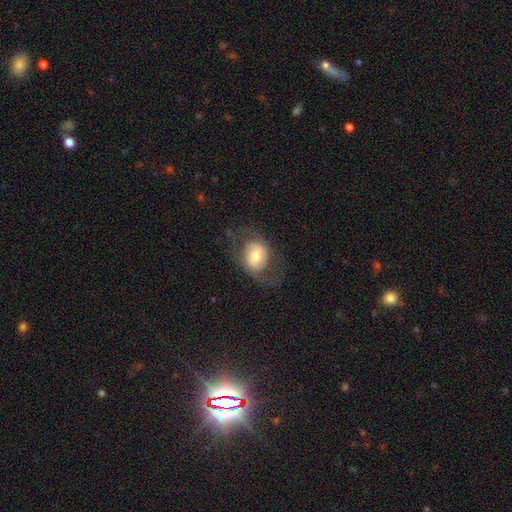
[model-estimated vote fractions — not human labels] Morphology: type=smooth (49%); merging=none (62%).